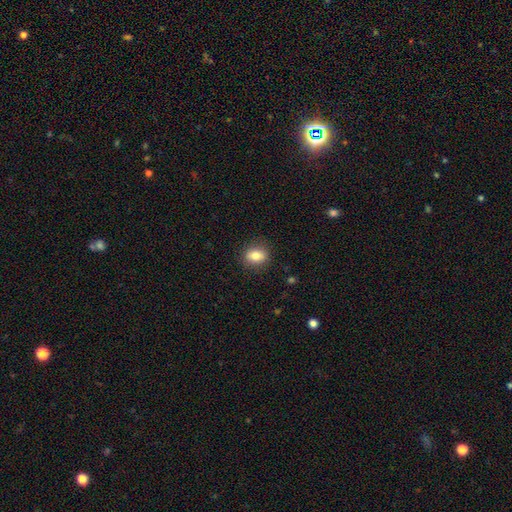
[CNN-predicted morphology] Overall: smooth (79%). How rounded: in between (50%; round 49%). Merging: none (87%).